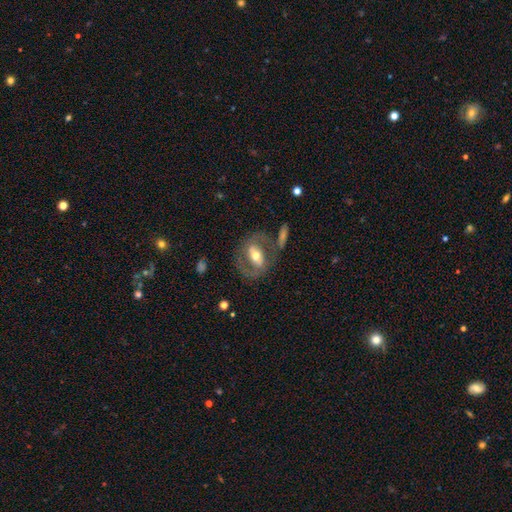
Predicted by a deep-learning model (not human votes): Smooth or featured? featured or disk (63%)
Edge-on disk? no (90%)
Bar? no (36%)
Spiral arms? no (54%)
Bulge size? moderate (68%)
Merging? none (62%)